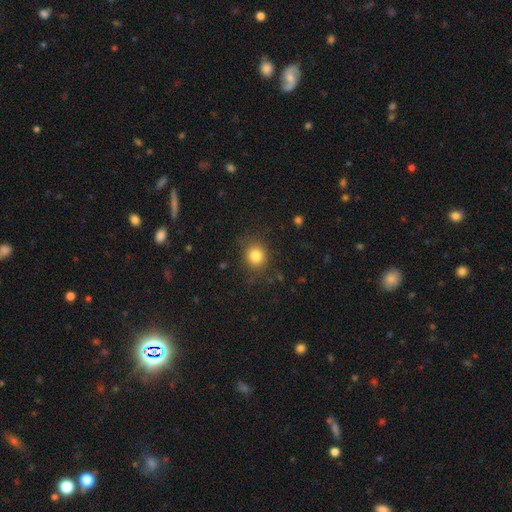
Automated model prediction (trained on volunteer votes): This appears to be a smooth galaxy with no disk features (82%) that is round (83%). Merging: none (83%).